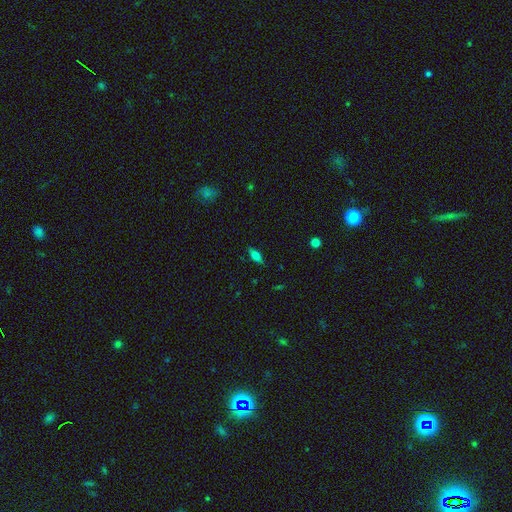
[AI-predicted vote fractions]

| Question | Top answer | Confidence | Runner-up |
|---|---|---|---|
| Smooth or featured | smooth | 62% | featured or disk (28%) |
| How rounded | in between | 74% | cigar-shaped (21%) |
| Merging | none | 86% | minor disturbance (11%) |